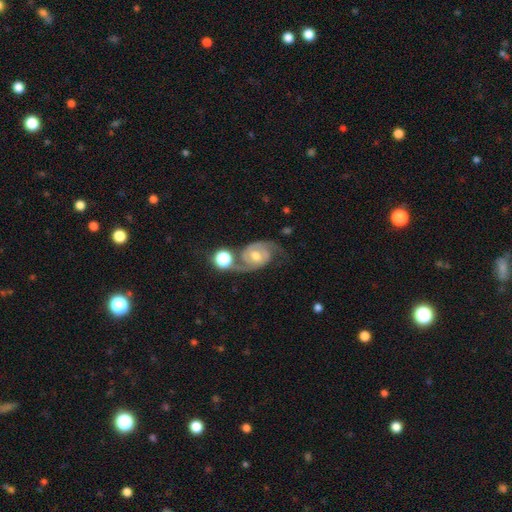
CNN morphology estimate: featured or disk 87%, smooth 7%, star or artifact 6%. Down the decision tree: edge-on disk — no (97%); bar — no (54%); spiral arms — yes (97%); spiral arm count — 2 (92%); spiral winding — medium (51%); bulge size — moderate (73%); merging — none (59%).